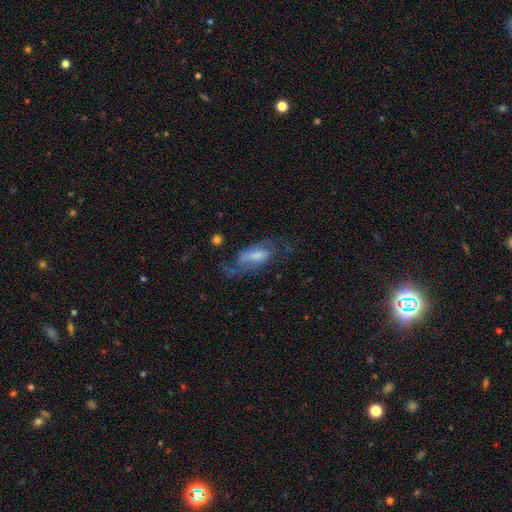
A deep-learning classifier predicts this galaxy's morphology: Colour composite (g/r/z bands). It shows a featured or disk galaxy (63%) with a weak bar (43%), spiral arms (83%) and a moderate central bulge (34%). Merging: none (48%).